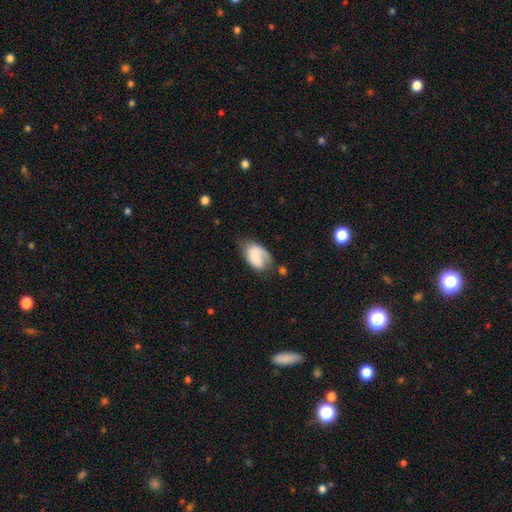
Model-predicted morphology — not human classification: smooth_or_featured: smooth (p=0.62) [alt: featured or disk p=0.31]
how_rounded: in between (p=0.87) [alt: round p=0.11]
merging: none (p=0.41) [alt: minor disturbance p=0.34]